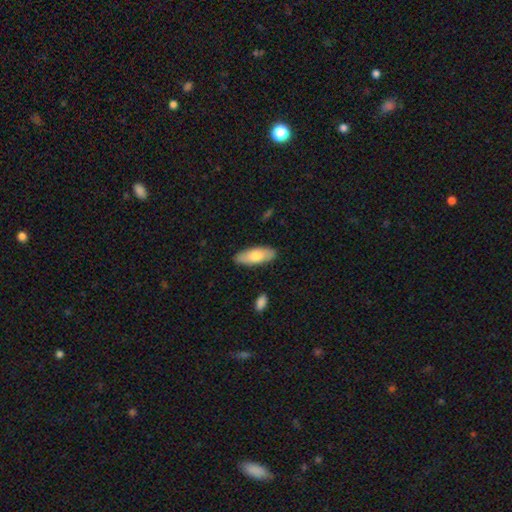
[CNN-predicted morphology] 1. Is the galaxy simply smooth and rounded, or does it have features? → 73% smooth, 21% featured or disk, 6% star or artifact.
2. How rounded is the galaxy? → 78% in between, 20% cigar-shaped, 2% round.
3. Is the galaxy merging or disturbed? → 85% none, 11% minor disturbance, 2% major disturbance, 2% merger.